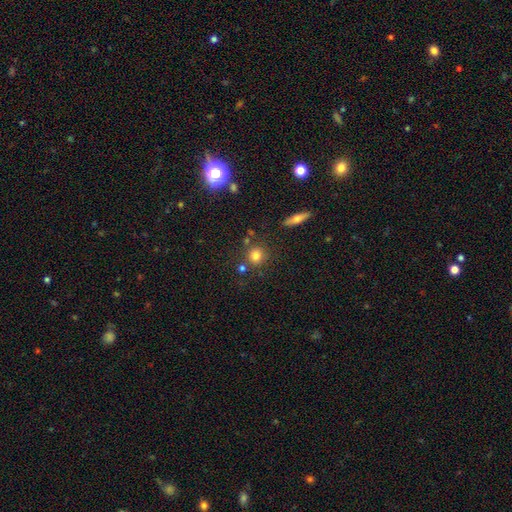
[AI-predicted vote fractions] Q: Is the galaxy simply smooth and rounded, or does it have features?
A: smooth — 77%.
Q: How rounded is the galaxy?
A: round — 89%.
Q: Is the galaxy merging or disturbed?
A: none — 76%.